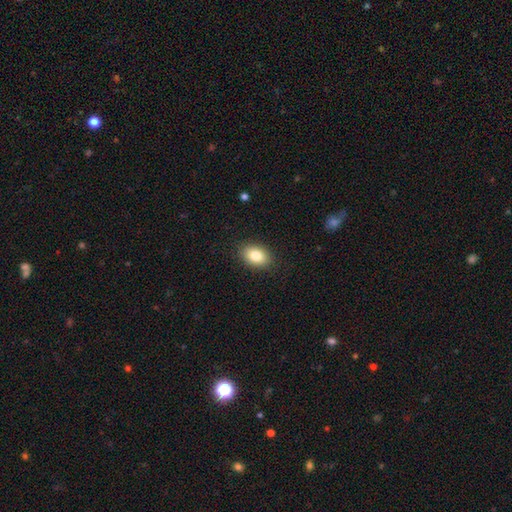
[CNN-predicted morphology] Smooth or featured: smooth — 84% (featured or disk — 8%)
How rounded: in between — 81% (round — 18%)
Merging: none — 88% (minor disturbance — 8%)